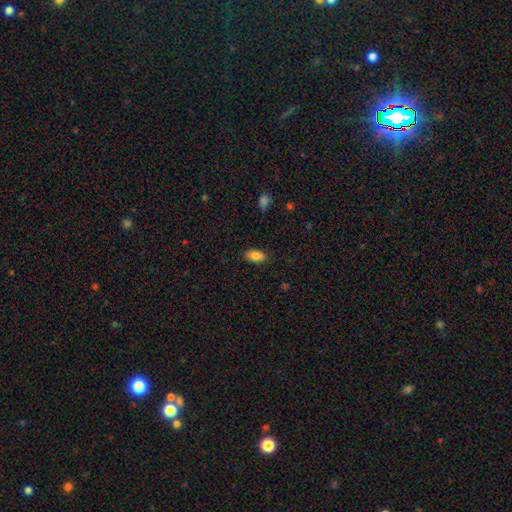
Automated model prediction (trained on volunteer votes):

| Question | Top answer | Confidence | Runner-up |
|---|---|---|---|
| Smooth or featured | smooth | 85% | star or artifact (8%) |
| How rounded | in between | 92% | round (5%) |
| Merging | none | 86% | minor disturbance (10%) |